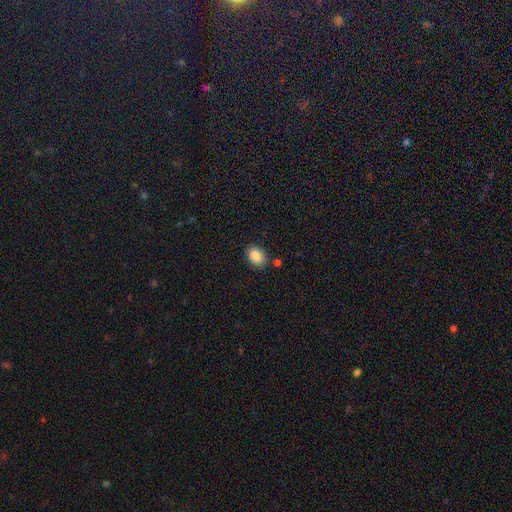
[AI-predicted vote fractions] Morphology: type=smooth (87%); roundness=in between (80%); merging=none (79%).